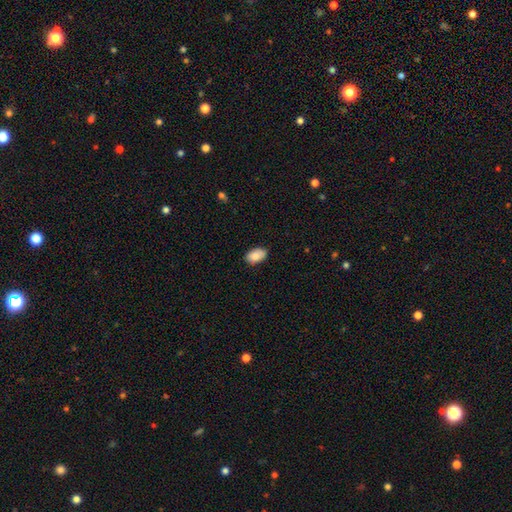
Smooth or featured? smooth (92%)
How rounded? in between (94%)
Merging? none (92%)